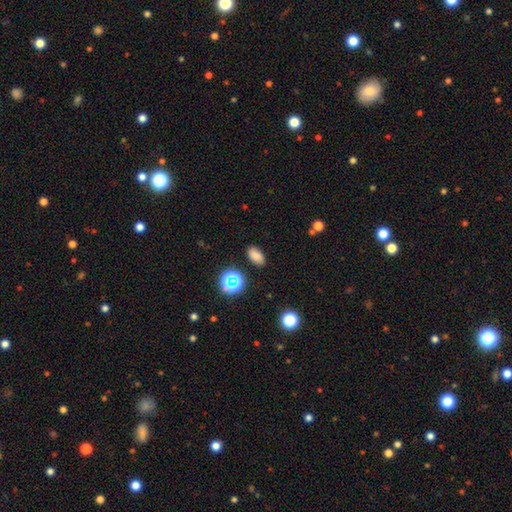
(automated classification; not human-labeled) Overall: smooth (79%). How rounded: in between (89%). Merging: none (87%).